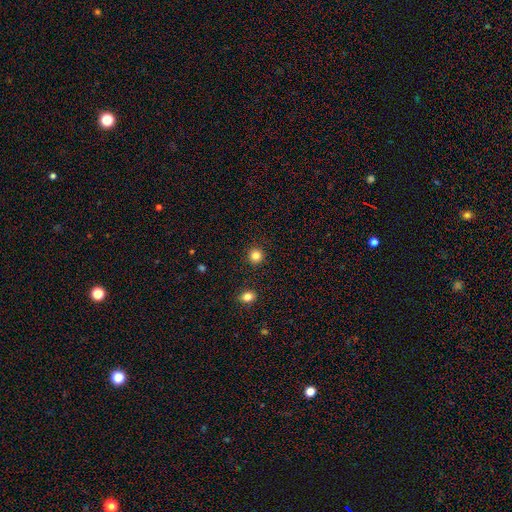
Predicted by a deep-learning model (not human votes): Smooth or featured? Predicted: smooth (p=0.84). How rounded? Predicted: round (p=0.93). Merging? Predicted: none (p=0.92).